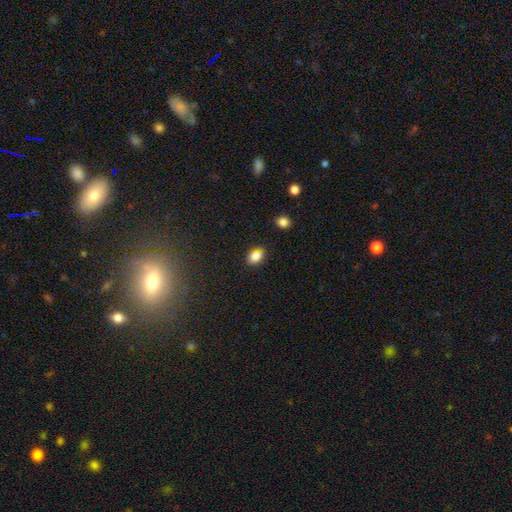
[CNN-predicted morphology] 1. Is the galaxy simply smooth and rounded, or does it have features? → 83% smooth, 11% star or artifact, 6% featured or disk.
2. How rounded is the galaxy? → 66% in between, 33% round, 1% cigar-shaped.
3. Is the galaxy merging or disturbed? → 80% none, 13% minor disturbance, 4% merger, 3% major disturbance.